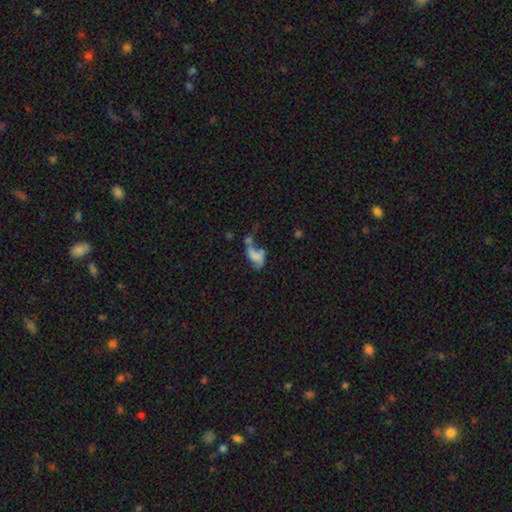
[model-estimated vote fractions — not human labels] smooth-or-featured: featured or disk: 46% | smooth: 41% | star or artifact: 13%
  merging: merger: 36% | major disturbance: 30% | none: 20% | minor disturbance: 14%